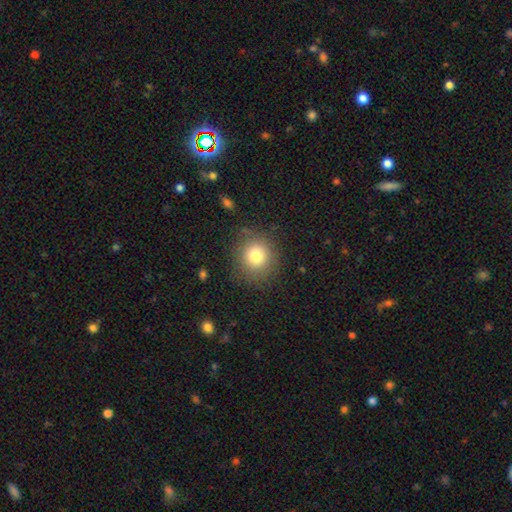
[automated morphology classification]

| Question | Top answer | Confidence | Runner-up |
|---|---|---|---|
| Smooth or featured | smooth | 79% | star or artifact (12%) |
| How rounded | round | 88% | in between (11%) |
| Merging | none | 85% | minor disturbance (10%) |